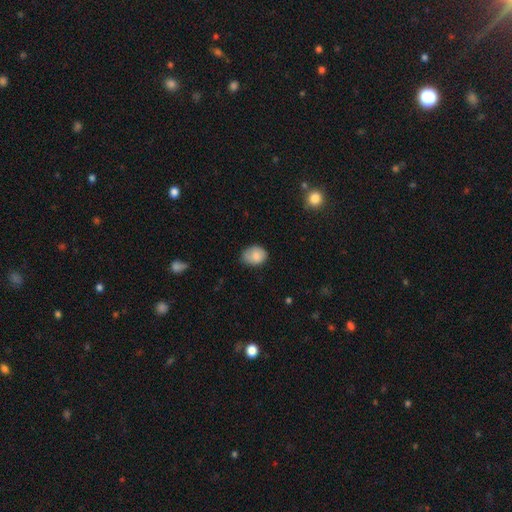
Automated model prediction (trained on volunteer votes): Overall: smooth (82%). How rounded: in between (63%; round 37%). Merging: none (57%; minor disturbance 34%).